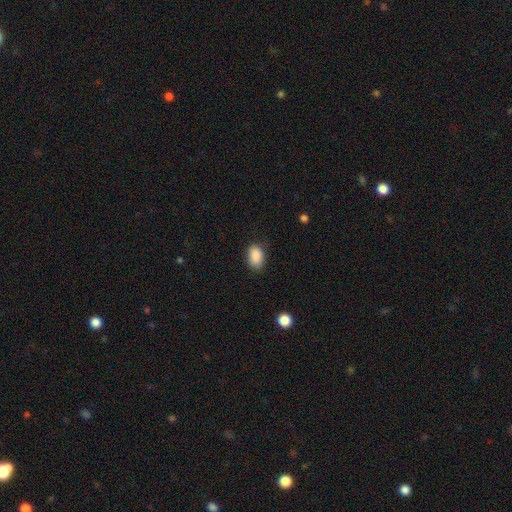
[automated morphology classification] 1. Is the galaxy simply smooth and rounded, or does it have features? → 89% smooth, 8% star or artifact, 4% featured or disk.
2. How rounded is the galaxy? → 86% in between, 13% round, 1% cigar-shaped.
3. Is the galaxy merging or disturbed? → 80% none, 16% minor disturbance, 3% major disturbance, 1% merger.